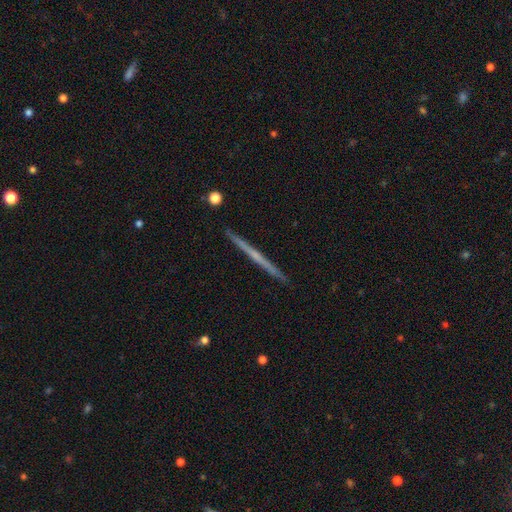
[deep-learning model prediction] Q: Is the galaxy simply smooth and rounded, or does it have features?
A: featured or disk — 66%.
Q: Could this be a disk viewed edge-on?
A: yes — 98%.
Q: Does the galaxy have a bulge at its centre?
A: none — 76%.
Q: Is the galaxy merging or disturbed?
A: none — 93%.